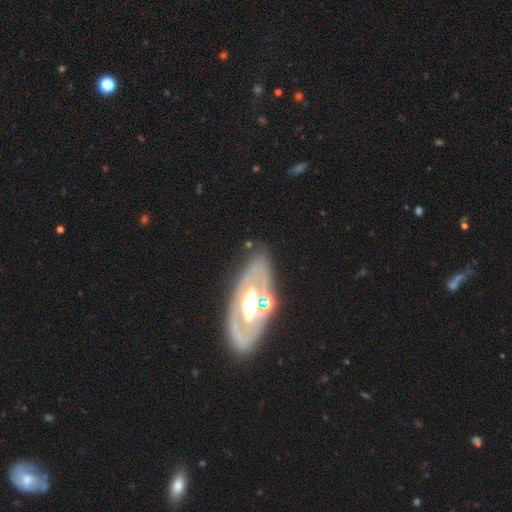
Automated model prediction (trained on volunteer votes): A featured or disk galaxy (79%) with no bar (52%), no spiral arms (58%) and a moderate central bulge (61%).

Vote fractions:
- Smooth or featured? featured or disk: 79% / smooth: 15% / star or artifact: 6%
- Edge-on disk? no: 86% / yes: 14%
- Bar? no: 52% / weak: 24% / strong: 24%
- Spiral arms? no: 58% / yes: 42%
- Bulge size? moderate: 61% / large: 25% / small: 9% / dominant: 3% / none: 2%
- Merging? none: 75% / minor disturbance: 15% / major disturbance: 7% / merger: 4%